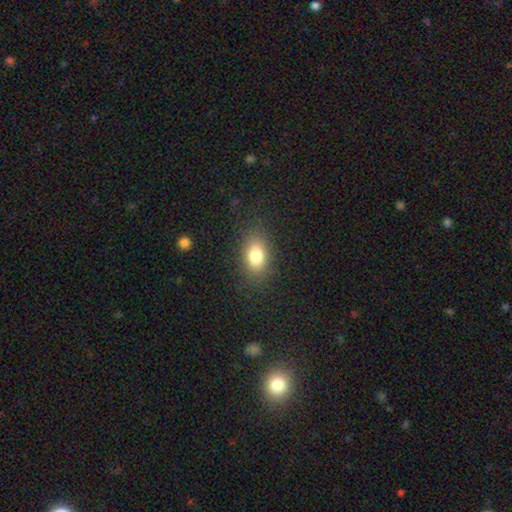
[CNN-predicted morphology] smooth 81%, featured or disk 10%, star or artifact 10%. Down the decision tree: how rounded — in between (84%); merging — none (83%).